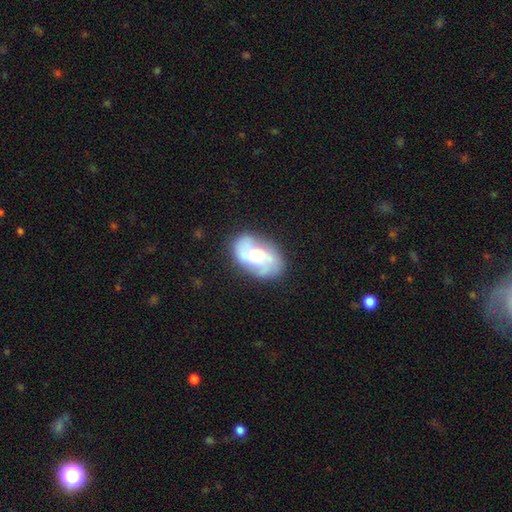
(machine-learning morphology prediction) A featured or disk galaxy (68%) with no bar (54%), 2 (58%) medium (46%) spiral arms (88%) and a moderate central bulge (52%).

Vote fractions:
- Smooth or featured? featured or disk: 68% / smooth: 25% / star or artifact: 7%
- Edge-on disk? no: 97% / yes: 3%
- Bar? no: 54% / weak: 37% / strong: 9%
- Spiral arms? yes: 88% / no: 12%
- Spiral winding? medium: 46% / loose: 34% / tight: 21%
- Spiral arm count? 2: 58% / 3: 18% / can't tell: 15% / 1: 3% / 4: 3% / more than 4: 2%
- Bulge size? moderate: 52% / small: 27% / large: 14% / none: 5% / dominant: 2%
- Merging? none: 70% / minor disturbance: 19% / major disturbance: 8% / merger: 3%